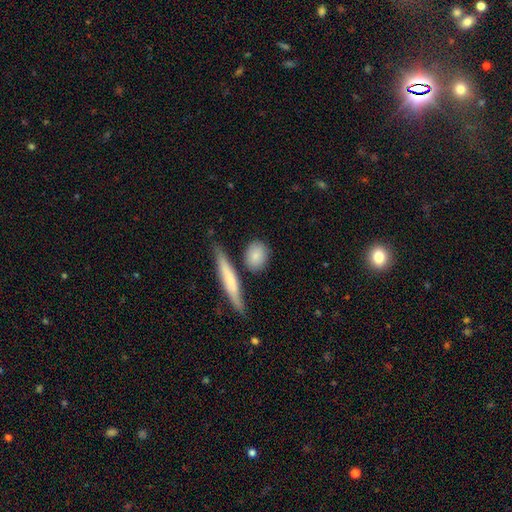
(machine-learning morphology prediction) type=smooth (80%); roundness=round (49%); merging=none (75%).